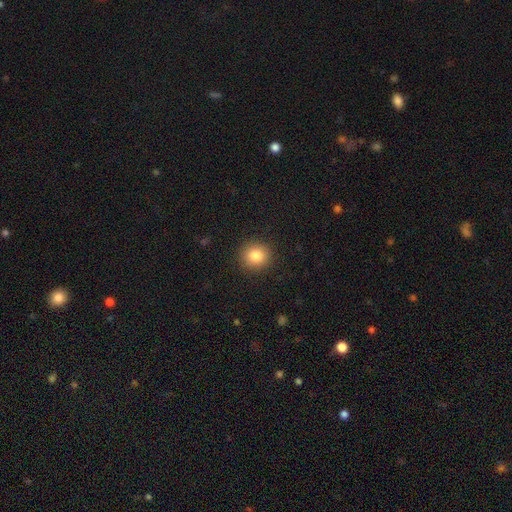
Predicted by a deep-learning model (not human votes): Smooth or featured: smooth — 84% (star or artifact — 10%)
How rounded: round — 88% (in between — 11%)
Merging: none — 90% (minor disturbance — 6%)